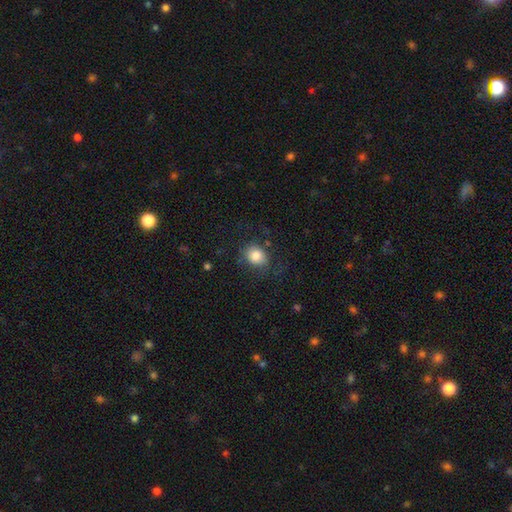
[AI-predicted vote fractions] Smooth or featured? Predicted: smooth (p=0.82). How rounded? Predicted: round (p=0.60). Merging? Predicted: none (p=0.71).